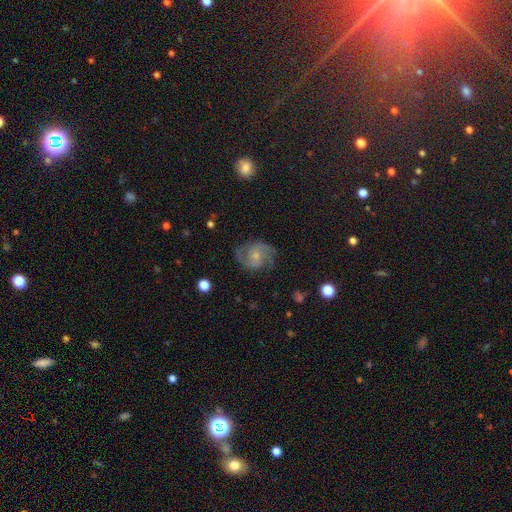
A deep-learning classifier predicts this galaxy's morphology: This is clearly a featured or disk galaxy (81%). It is clearly not viewed edge-on (98%). Bar: likely no (65%). Spiral arm pattern: clearly yes (95%). Spiral arm count: likely 2 (79%). Spiral winding: possibly medium (55%). Central bulge: likely small (63%). Merging: likely none (75%).